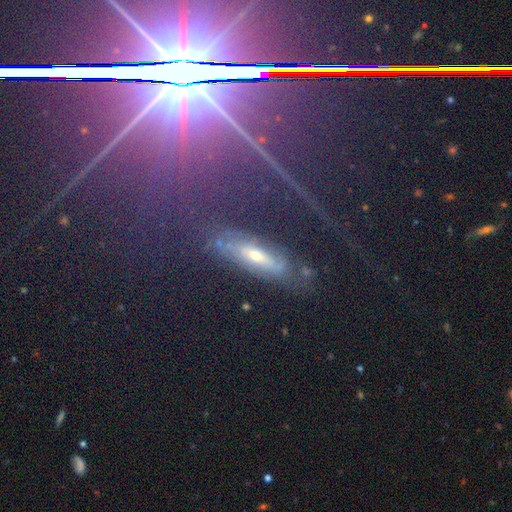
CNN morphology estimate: Smooth or featured? featured or disk (49%)
Merging? none (74%)